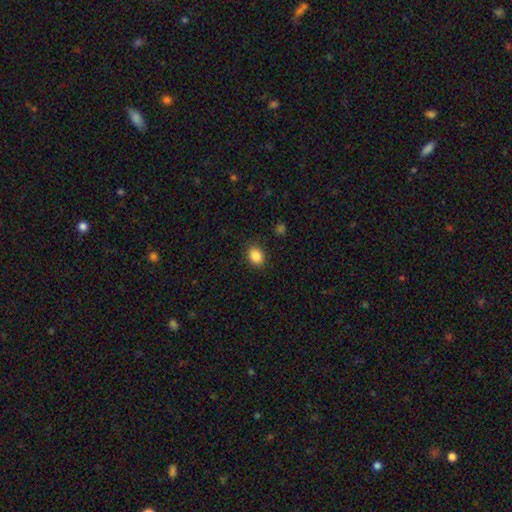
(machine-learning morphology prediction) This is clearly a smooth galaxy (87%). How rounded: possibly in between (55%). Merging: clearly none (88%).